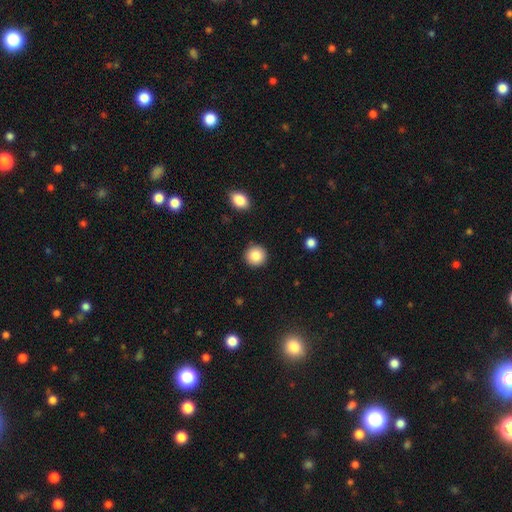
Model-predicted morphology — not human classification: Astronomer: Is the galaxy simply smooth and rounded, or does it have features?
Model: smooth — 86%.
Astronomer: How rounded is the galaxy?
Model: round — 94%.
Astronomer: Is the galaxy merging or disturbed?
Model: none — 91%.